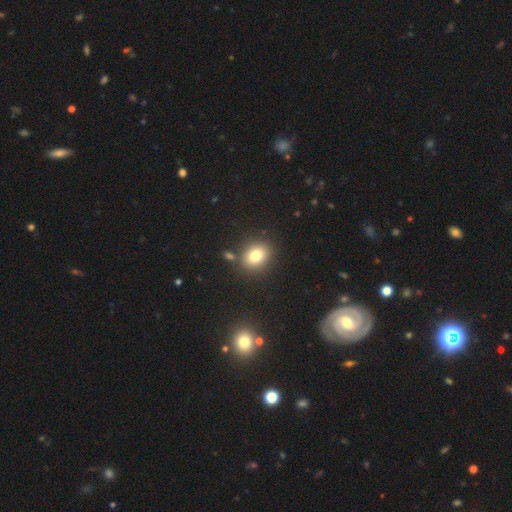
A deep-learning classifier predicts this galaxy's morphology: This appears to be a smooth galaxy with no disk features (79%) that is round (52%). Merging: none (81%).